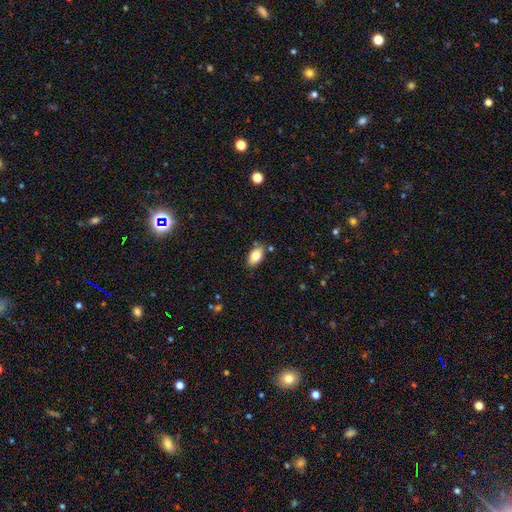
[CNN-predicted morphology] Smooth or featured: smooth — 79% (featured or disk — 13%)
How rounded: in between — 92% (round — 5%)
Merging: none — 82% (minor disturbance — 13%)